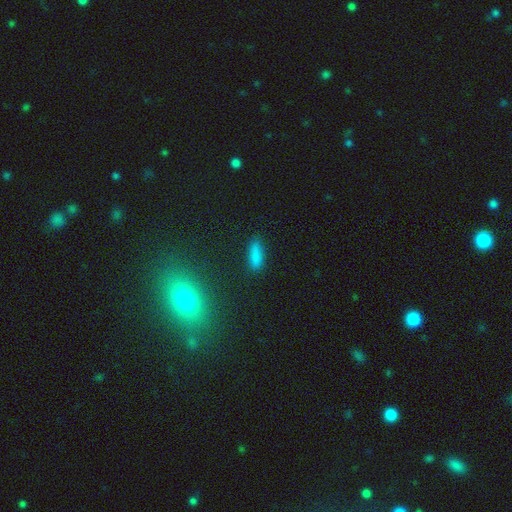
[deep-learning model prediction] A smooth galaxy with no disk features (84%) that is in between round and cigar-shaped (53%). Merging: none (86%).